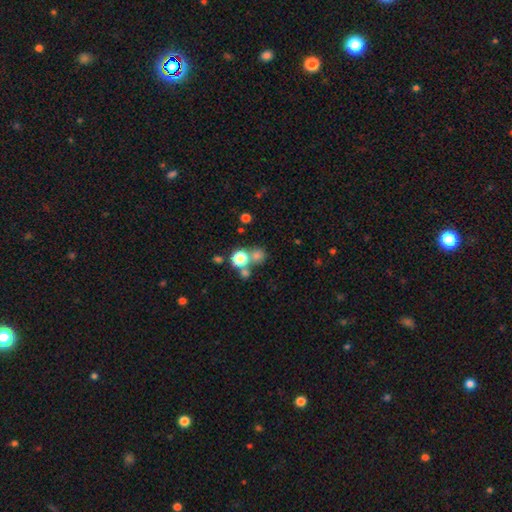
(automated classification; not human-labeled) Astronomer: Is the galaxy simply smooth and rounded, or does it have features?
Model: smooth — 45% (runner-up: star or artifact, 37%).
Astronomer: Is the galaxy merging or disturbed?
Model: none — 52% (runner-up: merger, 31%).